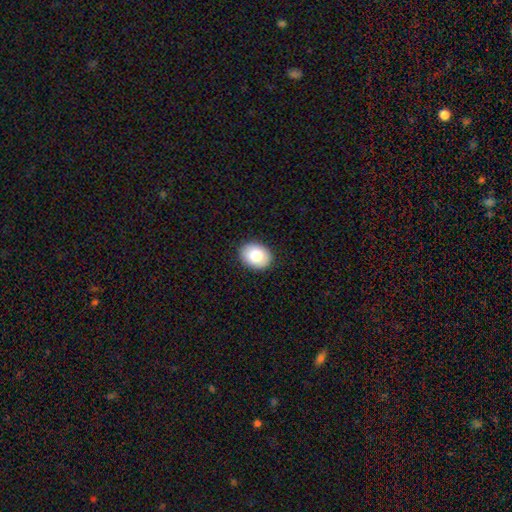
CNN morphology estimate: smooth-or-featured: smooth: 83% | featured or disk: 10% | star or artifact: 7%
  how-rounded: in between: 64% | round: 35% | cigar-shaped: 1%
  merging: none: 90% | minor disturbance: 7% | major disturbance: 2% | merger: 1%